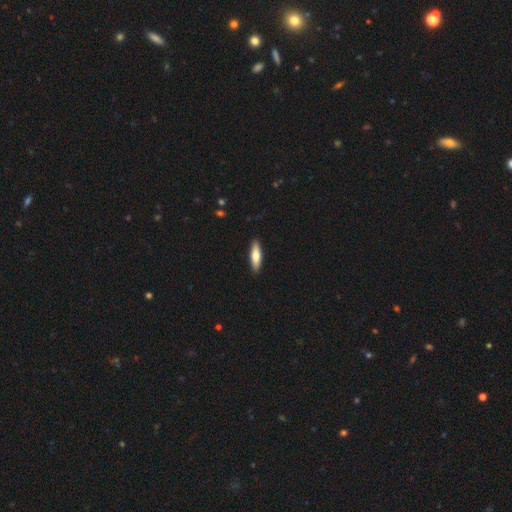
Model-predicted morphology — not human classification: This appears to be a smooth galaxy with no disk features (66%) that is cigar-shaped (62%). Merging: none (90%).